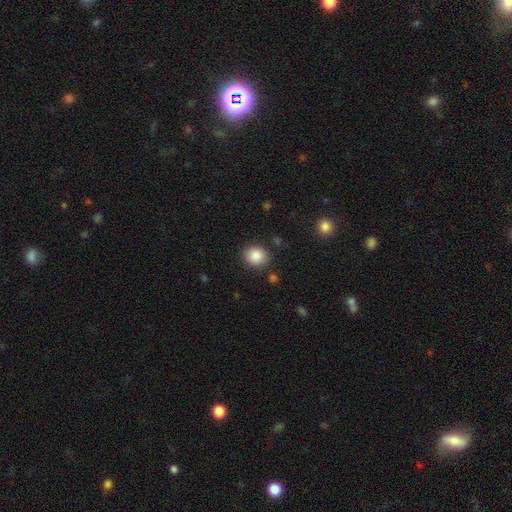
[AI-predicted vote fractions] This is clearly a smooth galaxy (86%). How rounded: likely round (76%). Merging: clearly none (86%).